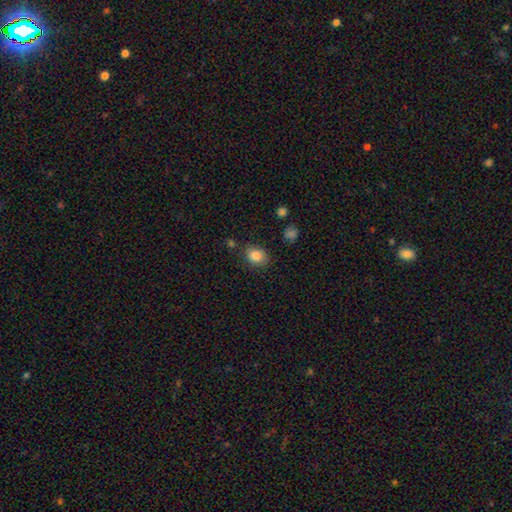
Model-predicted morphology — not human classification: Smooth or featured?
  - smooth: 85% *
  - star or artifact: 9%
  - featured or disk: 6%
How rounded?
  - in between: 51% *
  - round: 48%
  - cigar-shaped: 1%
Merging?
  - none: 79% *
  - minor disturbance: 14%
  - major disturbance: 4%
  - merger: 3%